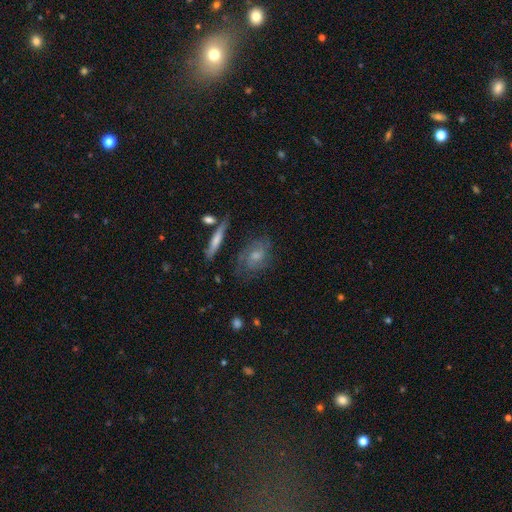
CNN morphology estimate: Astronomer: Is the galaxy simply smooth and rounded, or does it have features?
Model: featured or disk — 62%.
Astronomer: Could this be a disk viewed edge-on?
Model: no — 87%.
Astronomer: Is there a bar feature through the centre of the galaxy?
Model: no — 65%.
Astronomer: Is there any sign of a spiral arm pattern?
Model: yes — 84%.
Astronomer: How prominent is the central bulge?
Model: moderate — 50% (runner-up: small, 33%).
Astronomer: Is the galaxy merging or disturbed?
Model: none — 71%.